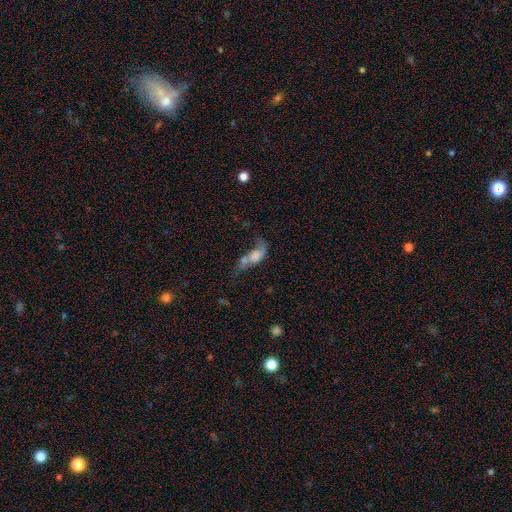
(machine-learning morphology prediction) Smooth or featured? smooth (53%)
How rounded? in between (72%)
Merging? merger (46%)